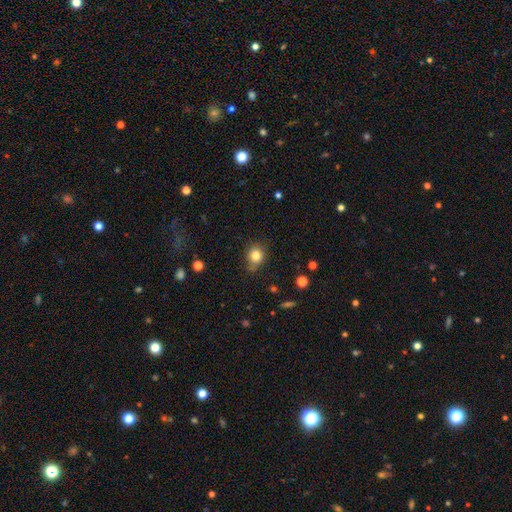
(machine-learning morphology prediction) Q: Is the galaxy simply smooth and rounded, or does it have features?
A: smooth — 82%.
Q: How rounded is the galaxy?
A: round — 70%.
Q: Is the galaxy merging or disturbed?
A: none — 68%.